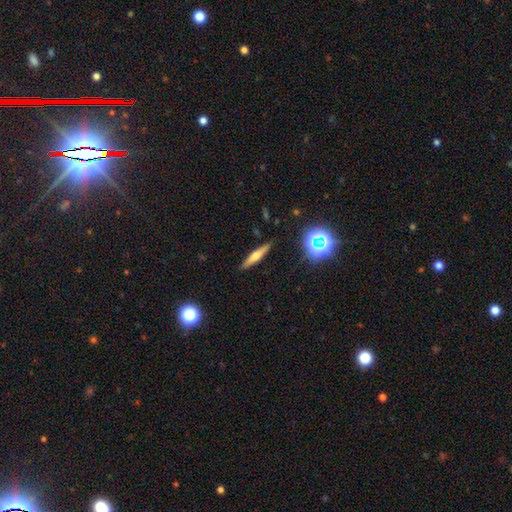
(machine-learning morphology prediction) smooth-or-featured: featured or disk: 47% | smooth: 43% | star or artifact: 10%
  merging: none: 89% | minor disturbance: 8% | major disturbance: 2% | merger: 2%